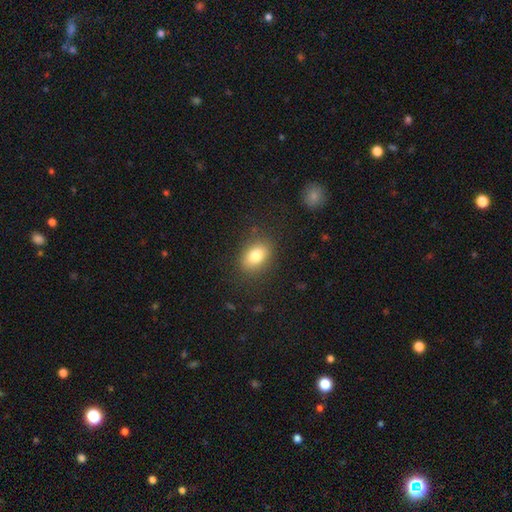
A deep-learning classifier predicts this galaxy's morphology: smooth_or_featured: smooth (p=0.80) [alt: featured or disk p=0.10]
how_rounded: in between (p=0.73) [alt: round p=0.26]
merging: none (p=0.84) [alt: minor disturbance p=0.11]